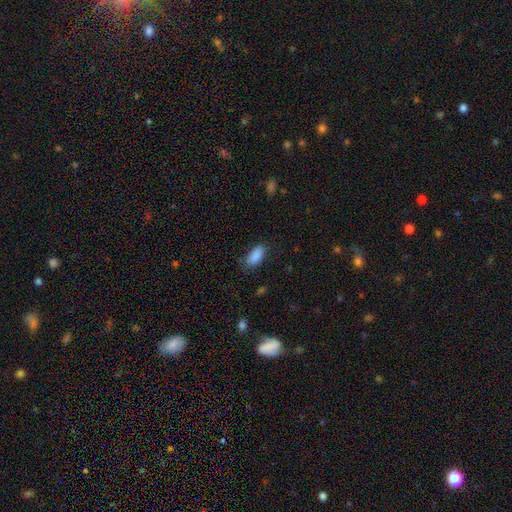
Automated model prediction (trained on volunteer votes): smooth_or_featured: smooth (p=0.89) [alt: star or artifact p=0.07]
how_rounded: in between (p=0.91) [alt: cigar-shaped p=0.07]
merging: none (p=0.79) [alt: minor disturbance p=0.16]